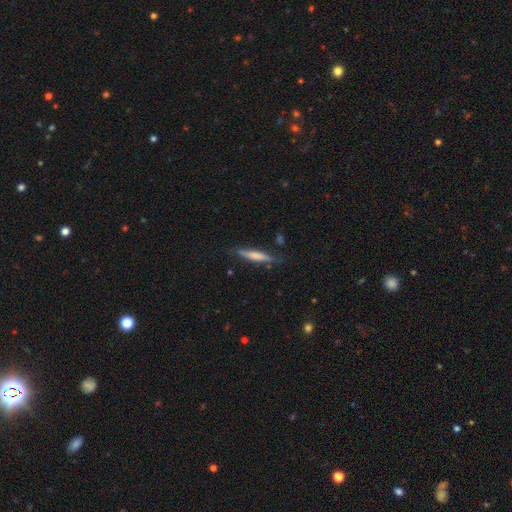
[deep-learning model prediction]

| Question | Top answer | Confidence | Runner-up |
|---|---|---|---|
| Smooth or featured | smooth | 64% | featured or disk (30%) |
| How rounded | cigar-shaped | 89% | in between (9%) |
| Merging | none | 77% | minor disturbance (17%) |